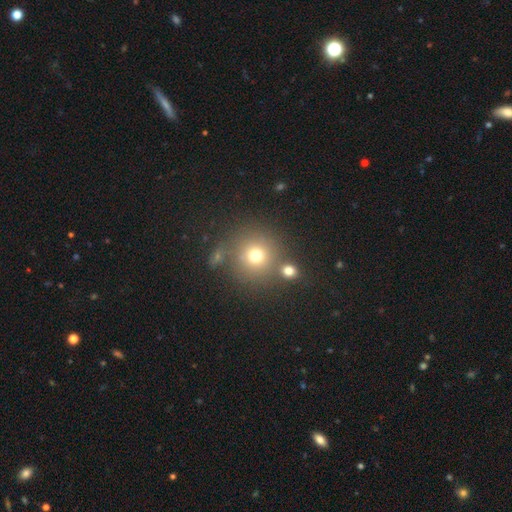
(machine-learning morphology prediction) smooth_or_featured: smooth (p=0.71) [alt: star or artifact p=0.17]
how_rounded: round (p=0.92) [alt: in between p=0.07]
merging: none (p=0.70) [alt: merger p=0.15]